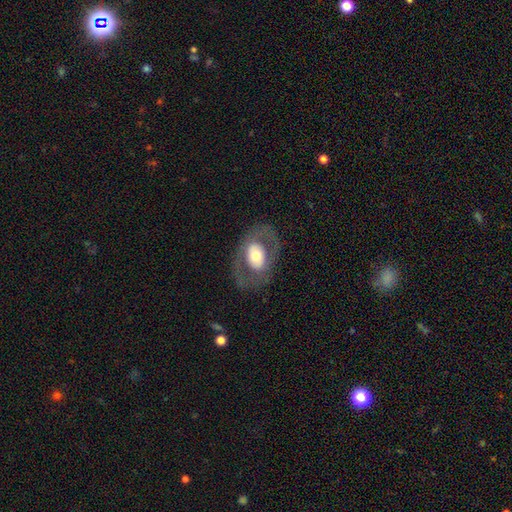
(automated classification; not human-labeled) A featured or disk galaxy (52%). Merging: none (75%).